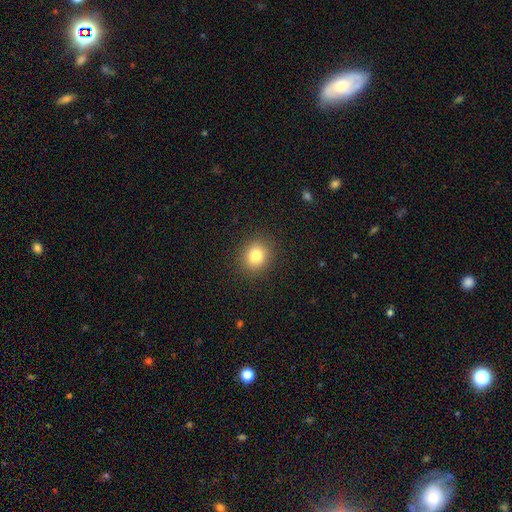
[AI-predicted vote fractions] smooth 82%, star or artifact 11%, featured or disk 6%. Down the decision tree: how rounded — round (79%); merging — none (90%).